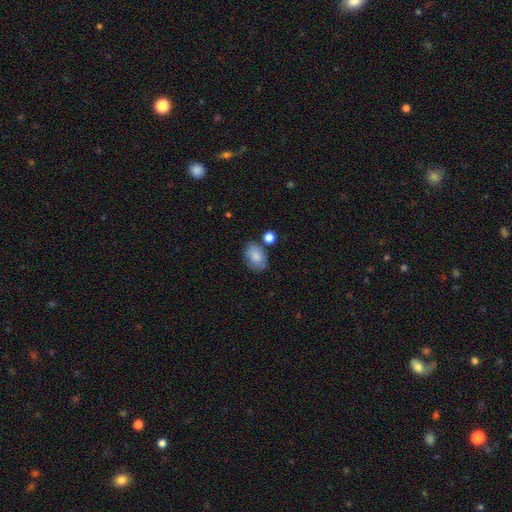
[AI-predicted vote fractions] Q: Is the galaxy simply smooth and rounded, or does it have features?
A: smooth — 81%.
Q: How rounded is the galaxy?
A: in between — 79%.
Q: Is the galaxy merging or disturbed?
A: none — 65%.